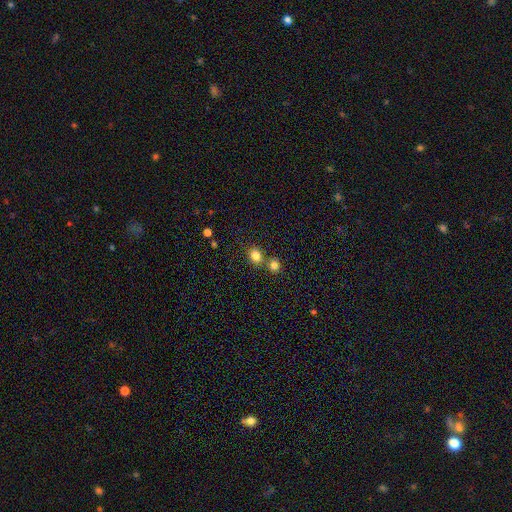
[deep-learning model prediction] Overall: smooth (81%). How rounded: round (74%). Merging: none (61%; merger 28%).